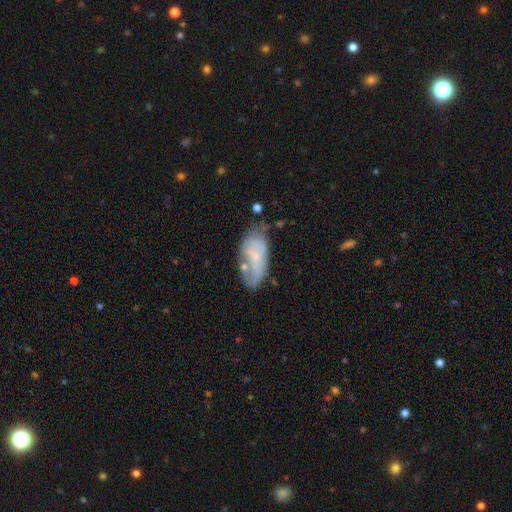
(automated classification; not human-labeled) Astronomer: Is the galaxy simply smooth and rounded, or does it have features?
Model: smooth — 49% (runner-up: featured or disk, 43%).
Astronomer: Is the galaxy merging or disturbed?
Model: none — 45% (runner-up: minor disturbance, 30%).